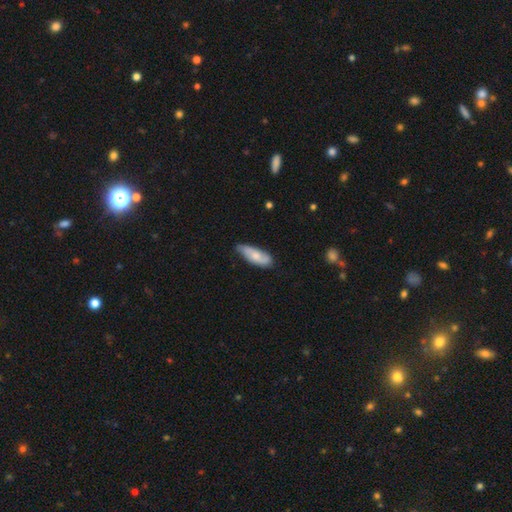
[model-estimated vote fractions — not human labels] smooth 62%, featured or disk 32%, star or artifact 6%. Down the decision tree: how rounded — in between (69%); merging — none (65%).